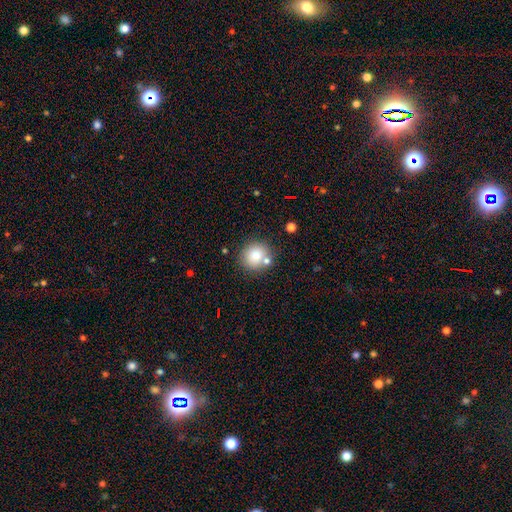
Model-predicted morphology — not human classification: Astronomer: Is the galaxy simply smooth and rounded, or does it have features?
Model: smooth — 81%.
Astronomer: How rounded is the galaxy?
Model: round — 88%.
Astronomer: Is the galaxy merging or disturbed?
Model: none — 73%.